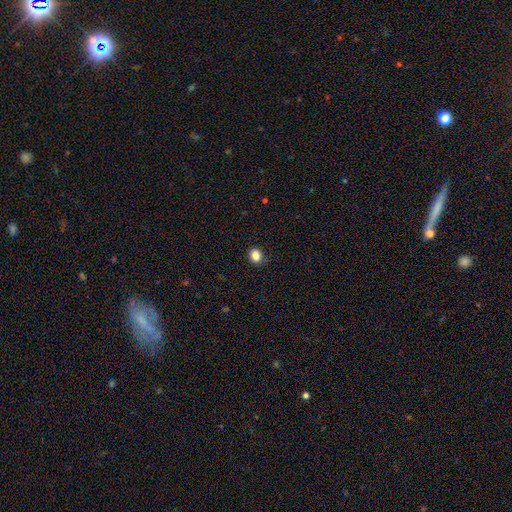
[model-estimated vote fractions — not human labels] Smooth or featured? smooth (85%)
How rounded? round (58%)
Merging? none (88%)